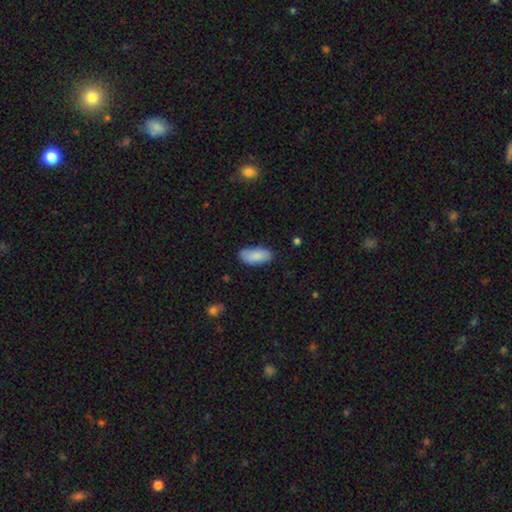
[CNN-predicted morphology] smooth-or-featured: smooth: 86% | featured or disk: 8% | star or artifact: 6%
  how-rounded: in between: 90% | cigar-shaped: 8% | round: 2%
  merging: none: 80% | minor disturbance: 15% | major disturbance: 3% | merger: 1%